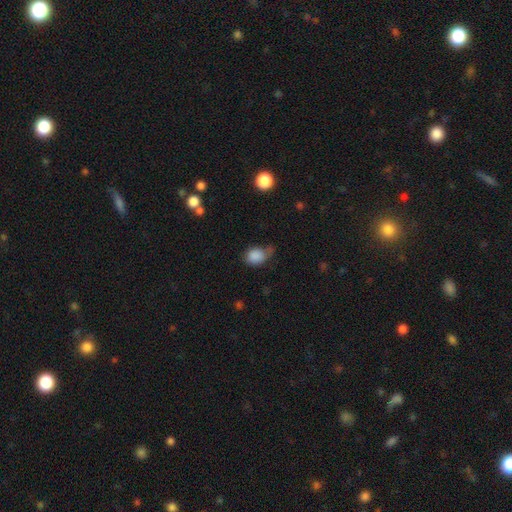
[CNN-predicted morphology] Overall: smooth (85%). How rounded: in between (52%; round 47%). Merging: none (43%; minor disturbance 37%).